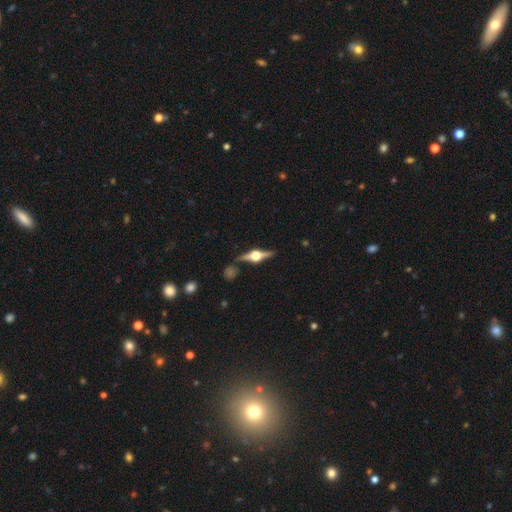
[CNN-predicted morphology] A featured or disk galaxy (85%) viewed edge-on (97%) with a rounded central bulge (96%).

Vote fractions:
- Smooth or featured? featured or disk: 85% / smooth: 9% / star or artifact: 6%
- Edge-on disk? yes: 97% / no: 3%
- Edge-on bulge? rounded: 96% / boxy: 3% / none: 1%
- Merging? none: 85% / minor disturbance: 9% / merger: 3% / major disturbance: 3%